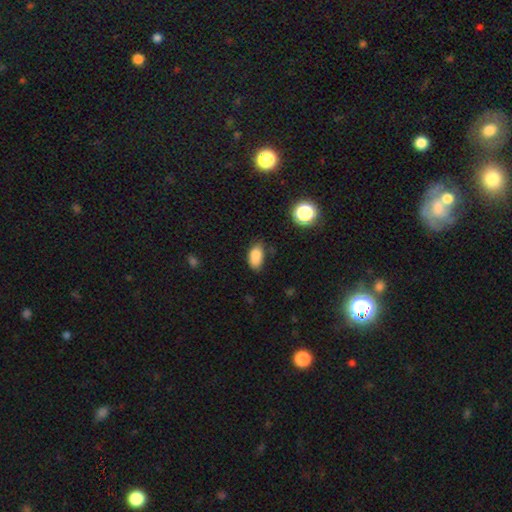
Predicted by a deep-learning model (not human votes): This is clearly a smooth galaxy (84%). How rounded: clearly in between (91%). Merging: likely none (66%).